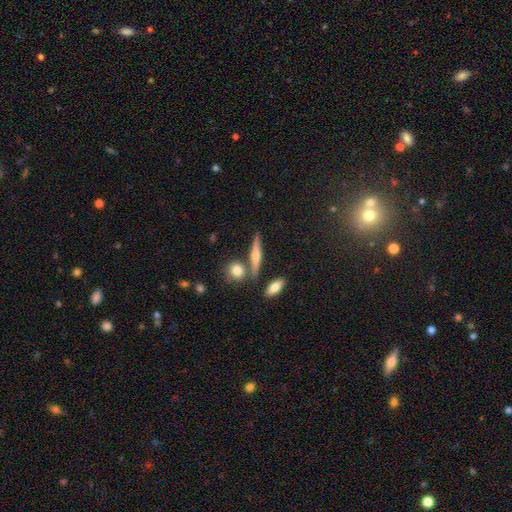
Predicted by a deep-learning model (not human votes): Q: Smooth or featured?
A: featured or disk (47%); runner-up: smooth (44%)
Q: Merging?
A: none (75%); runner-up: merger (12%)